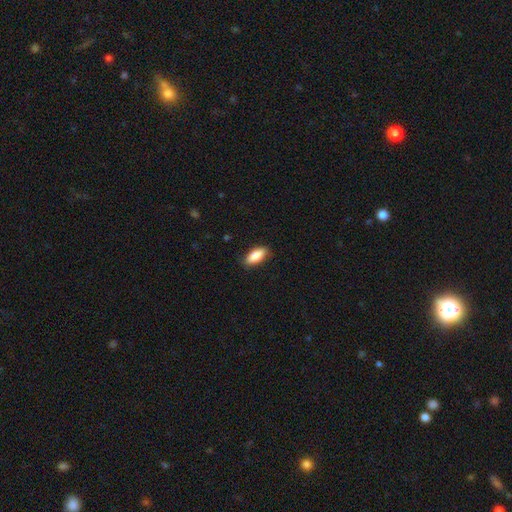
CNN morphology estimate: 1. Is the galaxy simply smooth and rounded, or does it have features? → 84% smooth, 9% featured or disk, 6% star or artifact.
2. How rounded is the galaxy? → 79% in between, 19% cigar-shaped, 2% round.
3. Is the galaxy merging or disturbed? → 84% none, 13% minor disturbance, 2% major disturbance, 1% merger.